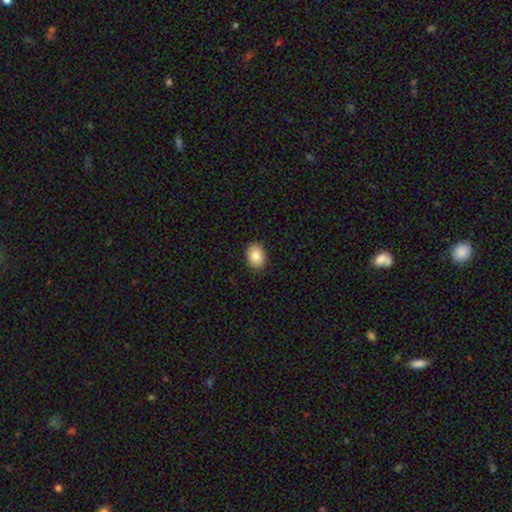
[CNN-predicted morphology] A smooth galaxy with no disk features (85%) that is in between round and cigar-shaped (73%).

Vote fractions:
- Smooth or featured? smooth: 85% / star or artifact: 8% / featured or disk: 7%
- How rounded? in between: 73% / round: 26% / cigar-shaped: 1%
- Merging? none: 89% / minor disturbance: 8% / major disturbance: 2% / merger: 1%